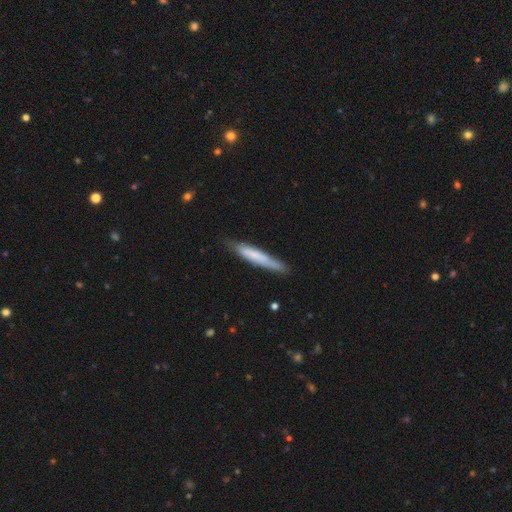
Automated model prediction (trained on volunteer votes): Smooth or featured: smooth — 66% (featured or disk — 28%)
How rounded: cigar-shaped — 93% (in between — 6%)
Merging: none — 77% (minor disturbance — 18%)